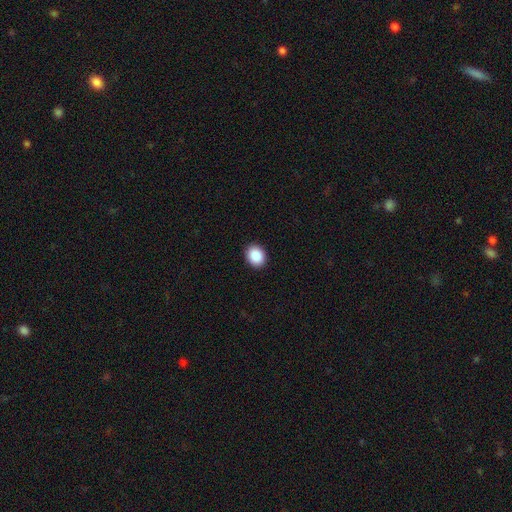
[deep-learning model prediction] smooth-or-featured: smooth: 90% | star or artifact: 8% | featured or disk: 3%
  how-rounded: round: 50% | in between: 49% | cigar-shaped: 1%
  merging: none: 91% | minor disturbance: 6% | major disturbance: 2% | merger: 1%